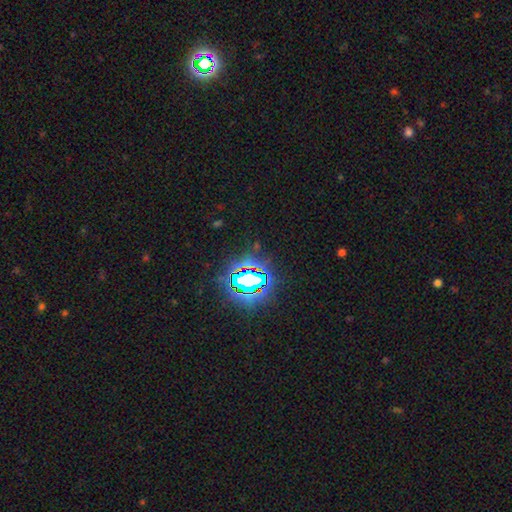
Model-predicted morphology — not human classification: star or artifact 85%, smooth 10%, featured or disk 6%.